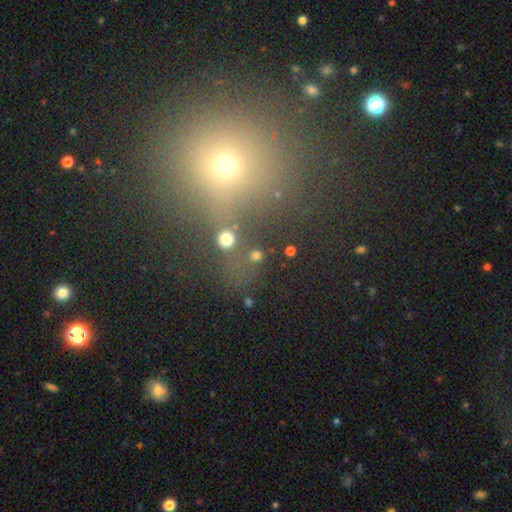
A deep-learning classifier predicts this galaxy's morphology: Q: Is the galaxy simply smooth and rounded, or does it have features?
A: smooth — 59%.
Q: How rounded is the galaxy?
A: round — 79%.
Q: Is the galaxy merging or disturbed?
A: none — 67%.